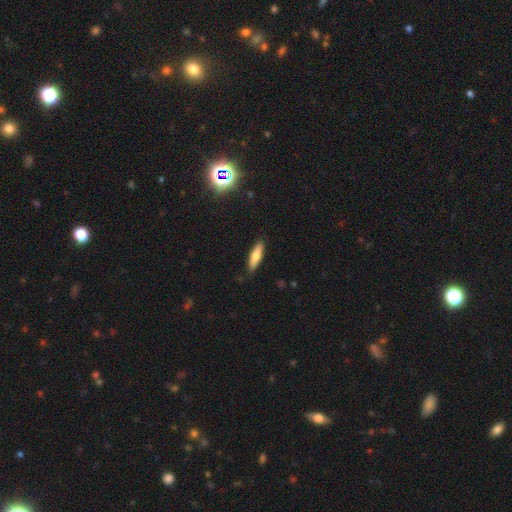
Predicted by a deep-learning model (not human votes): Smooth or featured: smooth — 71% (featured or disk — 22%)
How rounded: cigar-shaped — 71% (in between — 27%)
Merging: none — 87% (minor disturbance — 10%)